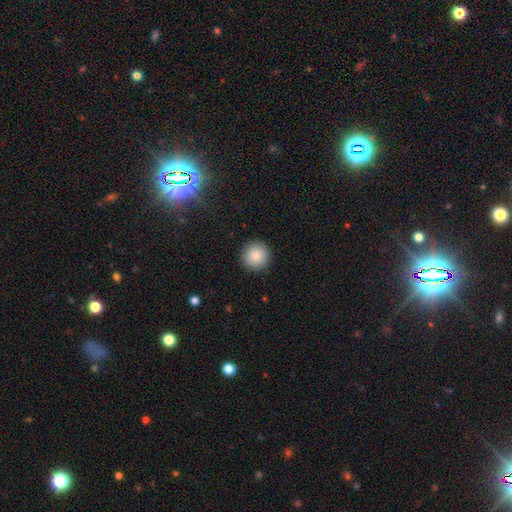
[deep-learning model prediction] This appears to be a smooth galaxy with no disk features (87%) that is round (96%). Merging: none (92%).